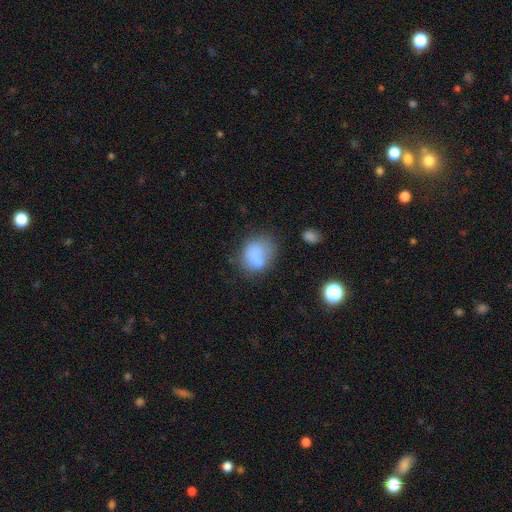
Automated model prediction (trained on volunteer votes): The model was most divided on "how rounded": round: 52%, in between: 47%, cigar-shaped: 1%. Remaining: smooth or featured — smooth (76%); merging — none (47%).